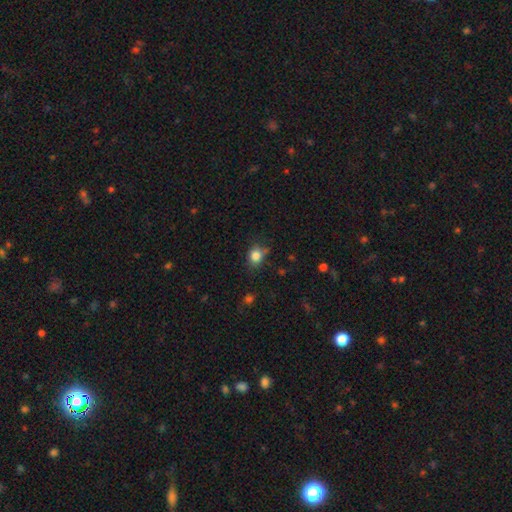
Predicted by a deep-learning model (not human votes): smooth_or_featured: smooth (p=0.82) [alt: star or artifact p=0.11]
how_rounded: round (p=0.61) [alt: in between p=0.38]
merging: none (p=0.69) [alt: minor disturbance p=0.20]